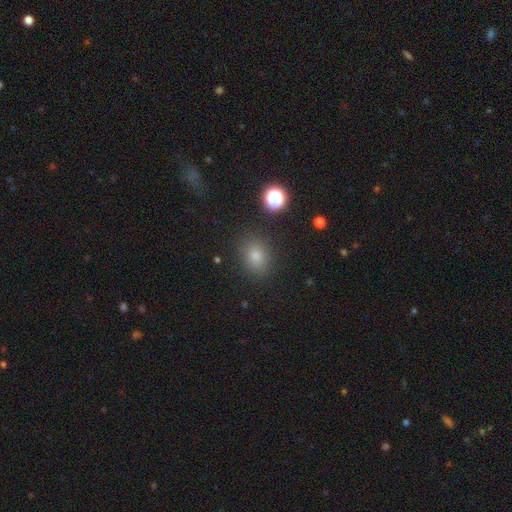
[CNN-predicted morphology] This appears to be a smooth galaxy with no disk features (73%) that is round (51%). Merging: none (86%).